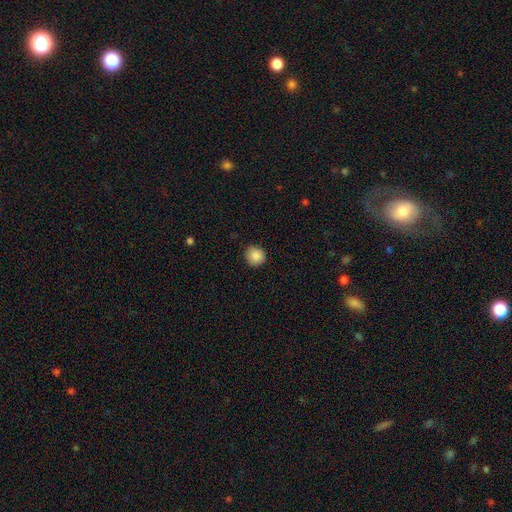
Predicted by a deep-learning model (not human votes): A smooth galaxy with no disk features (88%) that is round (92%).

Vote fractions:
- Smooth or featured? smooth: 88% / star or artifact: 9% / featured or disk: 3%
- How rounded? round: 92% / in between: 7% / cigar-shaped: 1%
- Merging? none: 90% / minor disturbance: 7% / major disturbance: 2% / merger: 1%